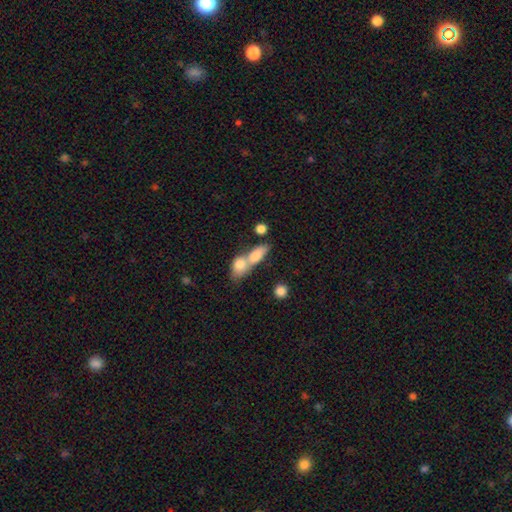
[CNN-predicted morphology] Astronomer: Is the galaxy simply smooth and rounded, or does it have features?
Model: smooth — 76%.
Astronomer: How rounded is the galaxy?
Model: in between — 67%.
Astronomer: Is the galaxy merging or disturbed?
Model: merger — 69%.